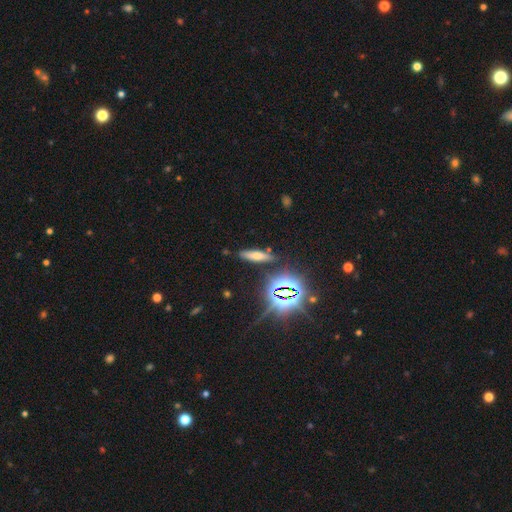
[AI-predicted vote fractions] smooth_or_featured: smooth (p=0.53) [alt: star or artifact p=0.27]
how_rounded: cigar-shaped (p=0.66) [alt: in between p=0.29]
merging: none (p=0.83) [alt: minor disturbance p=0.10]